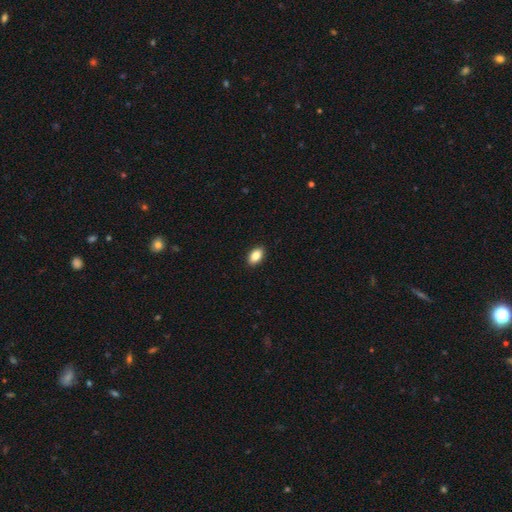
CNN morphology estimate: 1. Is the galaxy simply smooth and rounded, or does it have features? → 86% smooth, 8% star or artifact, 6% featured or disk.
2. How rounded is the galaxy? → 91% in between, 7% round, 2% cigar-shaped.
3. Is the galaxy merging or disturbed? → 91% none, 7% minor disturbance, 2% major disturbance, 1% merger.